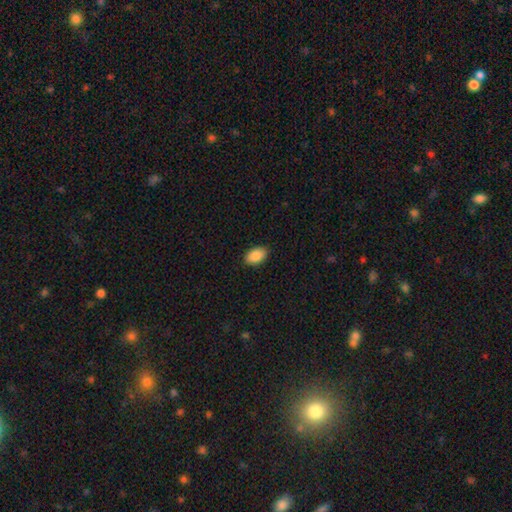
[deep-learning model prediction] Overall: smooth (89%). How rounded: in between (93%). Merging: none (89%).